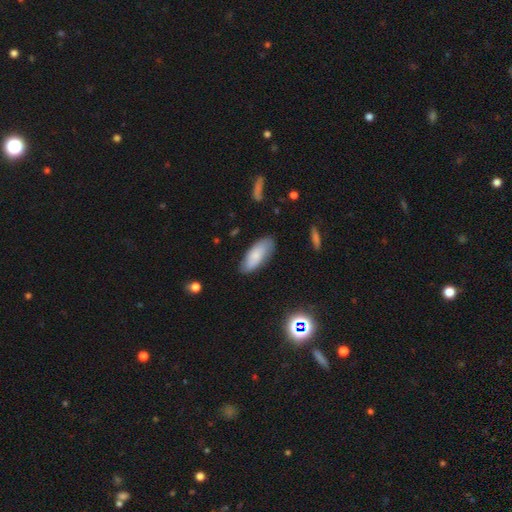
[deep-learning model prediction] Smooth or featured: smooth — 76% (featured or disk — 17%)
How rounded: in between — 79% (cigar-shaped — 19%)
Merging: none — 80% (minor disturbance — 16%)